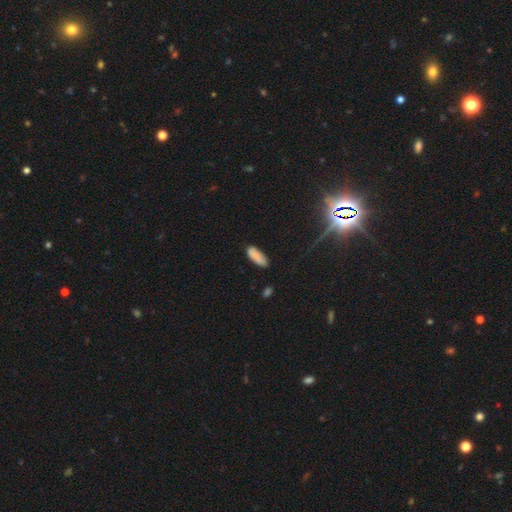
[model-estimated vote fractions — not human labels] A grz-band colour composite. It shows a smooth galaxy with no disk features (83%) that is in between round and cigar-shaped (68%). Merging: none (75%).